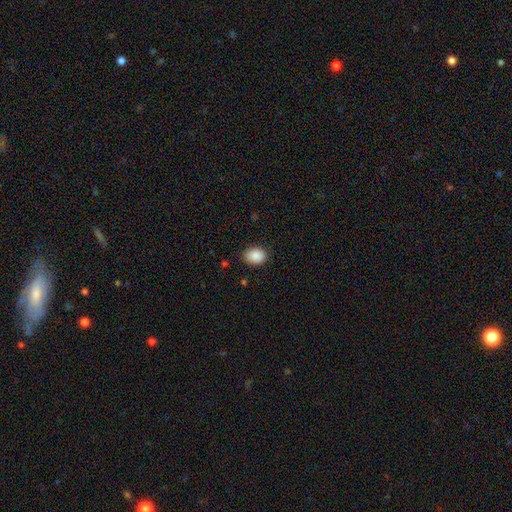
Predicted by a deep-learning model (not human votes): A smooth galaxy with no disk features (89%) that is in between round and cigar-shaped (66%).

Vote fractions:
- Smooth or featured? smooth: 89% / star or artifact: 8% / featured or disk: 3%
- How rounded? in between: 66% / round: 33% / cigar-shaped: 1%
- Merging? none: 85% / minor disturbance: 11% / major disturbance: 3% / merger: 1%